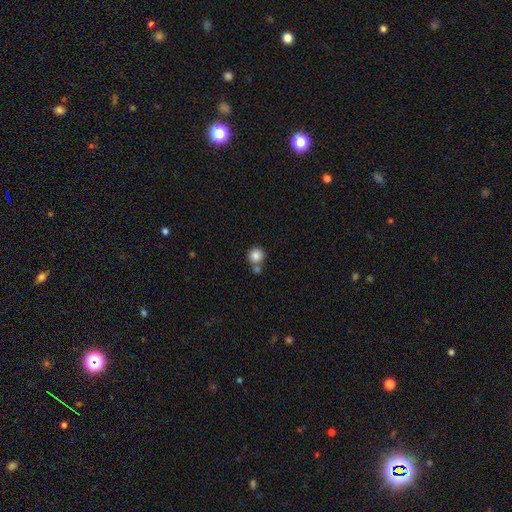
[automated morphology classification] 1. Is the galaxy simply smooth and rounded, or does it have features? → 85% smooth, 9% star or artifact, 6% featured or disk.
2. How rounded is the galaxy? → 94% round, 5% in between, 1% cigar-shaped.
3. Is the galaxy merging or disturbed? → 60% none, 29% merger, 8% minor disturbance, 3% major disturbance.